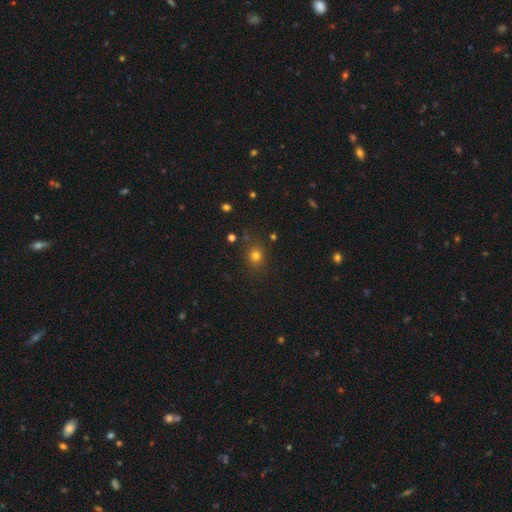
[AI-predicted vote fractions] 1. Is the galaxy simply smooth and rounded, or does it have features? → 76% smooth, 17% star or artifact, 7% featured or disk.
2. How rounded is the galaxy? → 81% round, 18% in between, 1% cigar-shaped.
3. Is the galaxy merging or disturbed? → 83% none, 10% minor disturbance, 4% major disturbance, 3% merger.